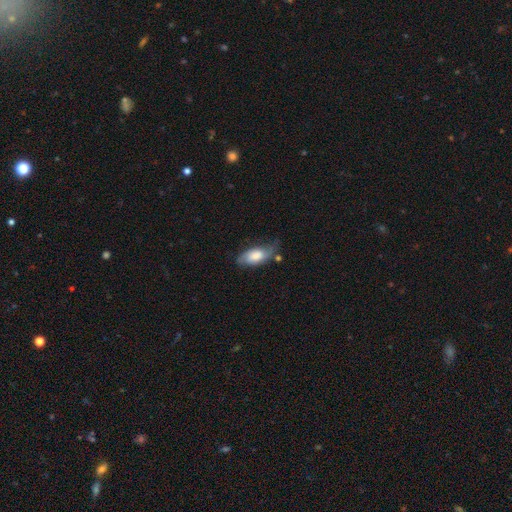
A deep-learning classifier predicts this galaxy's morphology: smooth-or-featured: smooth: 54% | featured or disk: 38% | star or artifact: 7%
  how-rounded: in between: 87% | cigar-shaped: 10% | round: 4%
  merging: none: 49% | minor disturbance: 34% | major disturbance: 13% | merger: 5%